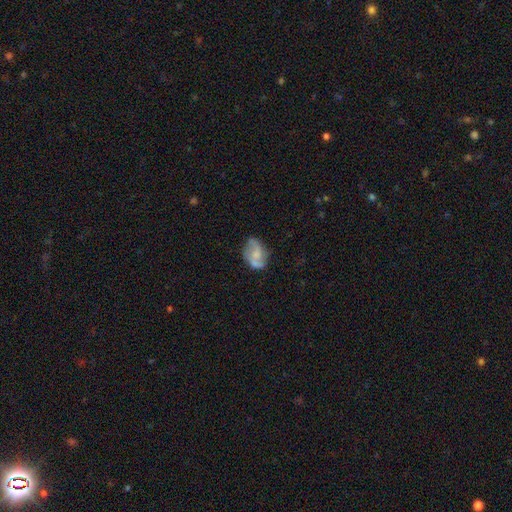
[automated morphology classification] type=featured or disk (60%); edge-on=no (97%); bar=no (60%); spiral arms=yes (82%); bulge=small (34%); merging=none (60%).